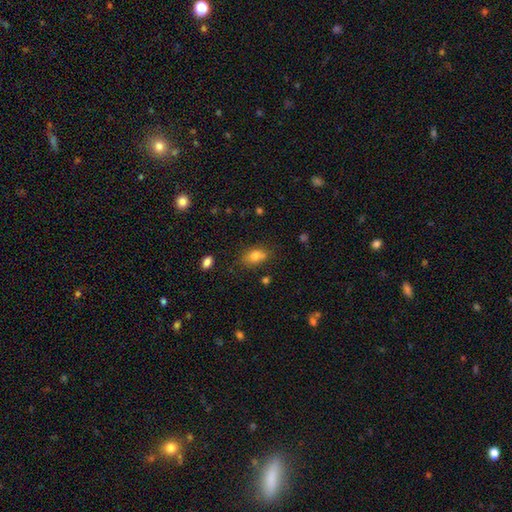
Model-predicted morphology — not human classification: Q: Smooth or featured?
A: smooth (78%); runner-up: featured or disk (12%)
Q: How rounded?
A: in between (79%); runner-up: round (18%)
Q: Merging?
A: none (66%); runner-up: minor disturbance (19%)